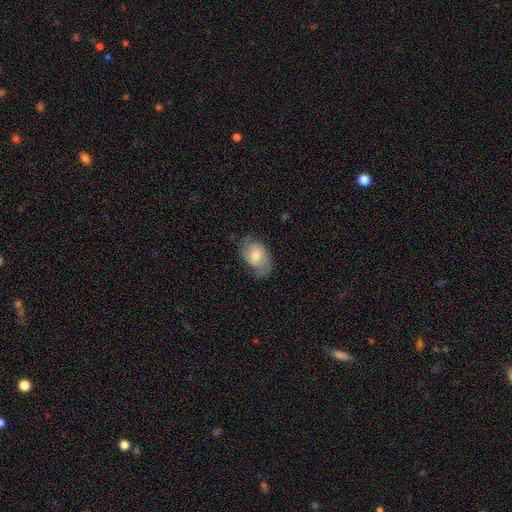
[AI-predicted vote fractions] A featured or disk galaxy (57%) with no bar (54%), spiral arms (85%) and a moderate central bulge (59%). Merging: none (62%).